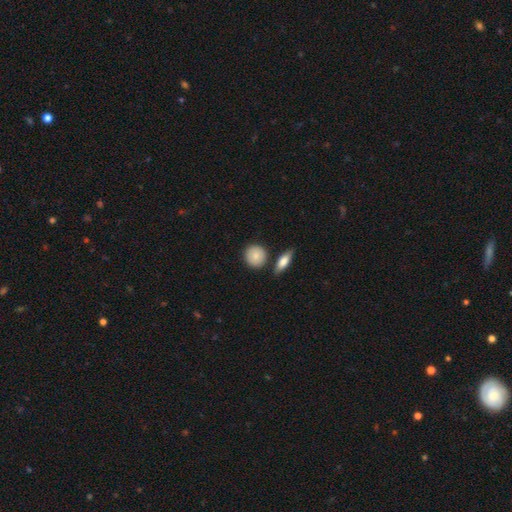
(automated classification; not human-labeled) Smooth or featured? smooth (83%)
How rounded? round (83%)
Merging? none (79%)